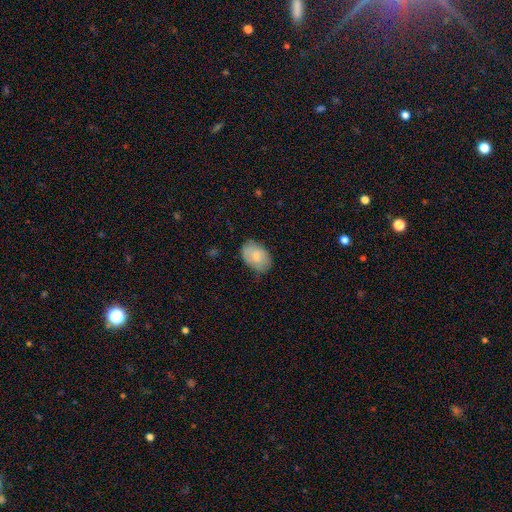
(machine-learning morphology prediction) A smooth galaxy with no disk features (77%) that is in between round and cigar-shaped (88%). Merging: none (73%).